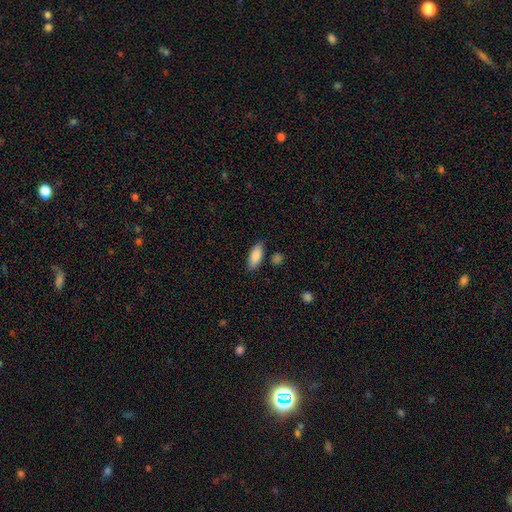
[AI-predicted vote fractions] Q: Smooth or featured?
A: smooth (87%); runner-up: star or artifact (6%)
Q: How rounded?
A: in between (80%); runner-up: cigar-shaped (18%)
Q: Merging?
A: none (81%); runner-up: minor disturbance (13%)